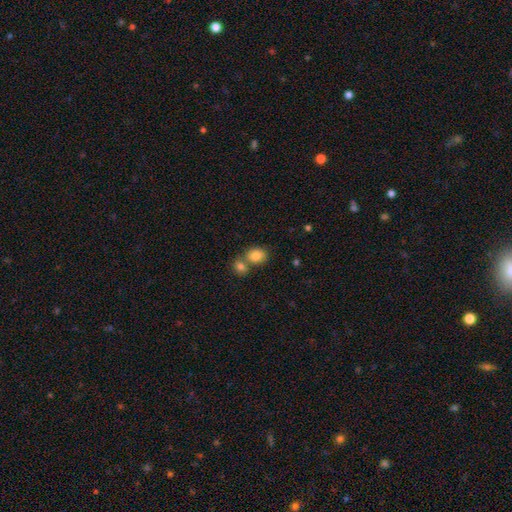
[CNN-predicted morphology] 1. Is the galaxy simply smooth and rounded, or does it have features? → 84% smooth, 9% star or artifact, 7% featured or disk.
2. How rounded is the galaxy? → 52% in between, 47% round, 1% cigar-shaped.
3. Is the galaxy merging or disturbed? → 45% none, 43% merger, 9% minor disturbance, 3% major disturbance.